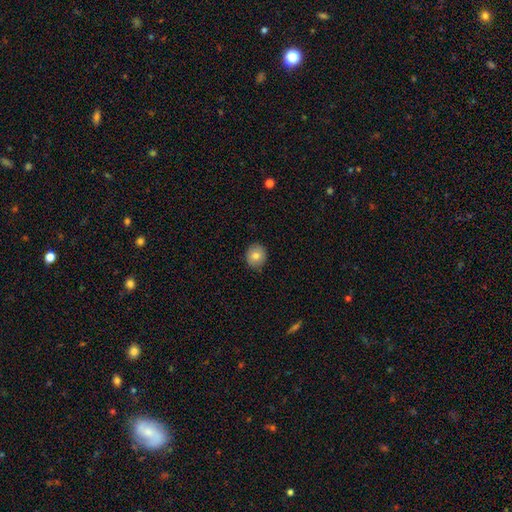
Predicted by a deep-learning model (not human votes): This appears to be a smooth galaxy with no disk features (79%) that is round (78%). Merging: none (86%).